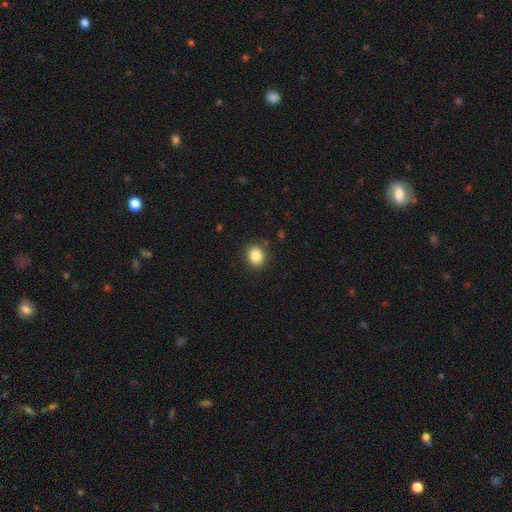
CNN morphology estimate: Overall: smooth (85%). How rounded: round (72%). Merging: none (88%).